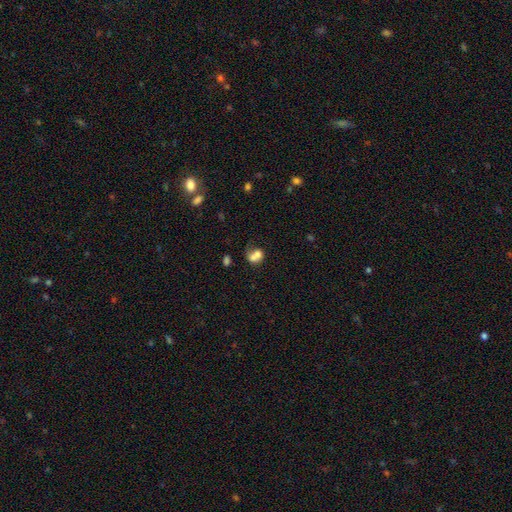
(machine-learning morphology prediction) This appears to be a smooth galaxy with no disk features (71%) that is in between round and cigar-shaped (53%). Merging: merger (60%).